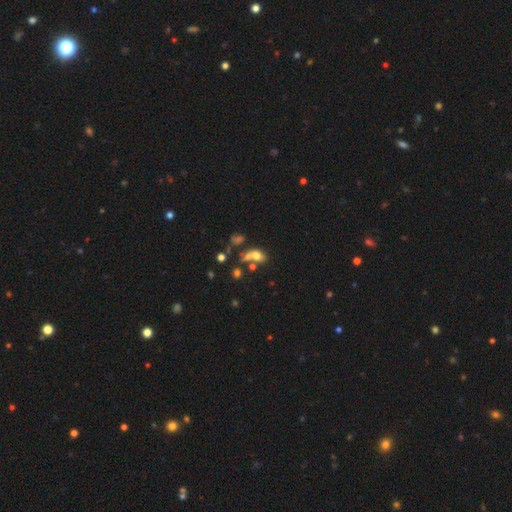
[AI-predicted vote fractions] This appears to be a smooth galaxy with no disk features (64%) that is in between round and cigar-shaped (73%). Merging: merger (44%).